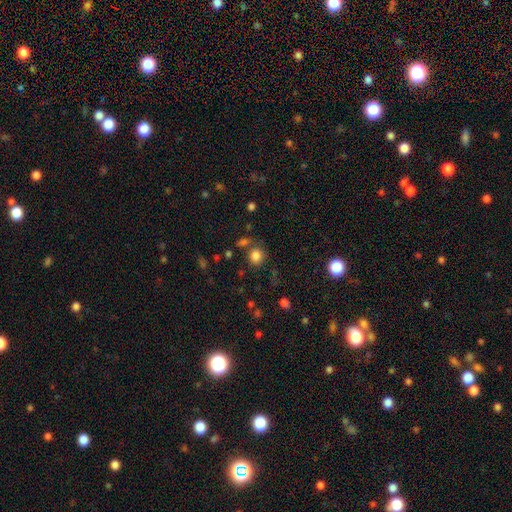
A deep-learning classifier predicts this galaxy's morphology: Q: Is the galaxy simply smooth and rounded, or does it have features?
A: smooth — 82%.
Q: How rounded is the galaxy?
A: round — 80%.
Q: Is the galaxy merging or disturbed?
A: none — 72%.